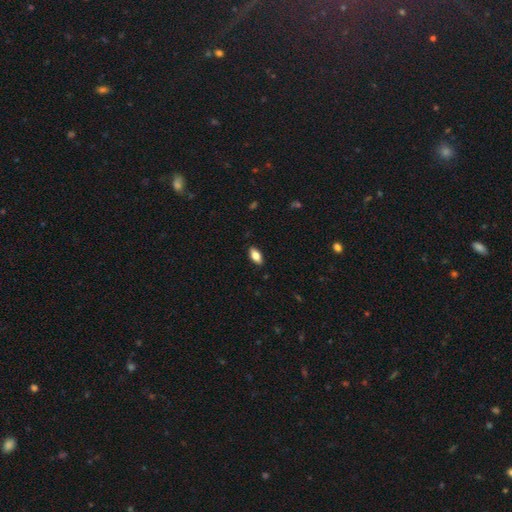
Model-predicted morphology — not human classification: Q: Smooth or featured?
A: smooth (82%); runner-up: featured or disk (11%)
Q: How rounded?
A: in between (90%); runner-up: cigar-shaped (7%)
Q: Merging?
A: none (87%); runner-up: minor disturbance (10%)